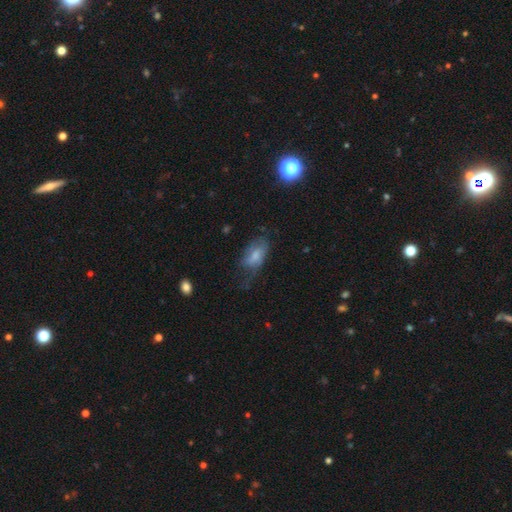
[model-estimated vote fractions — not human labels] This is likely a smooth galaxy (63%). How rounded: clearly in between (89%). Merging: marginally none (36%).